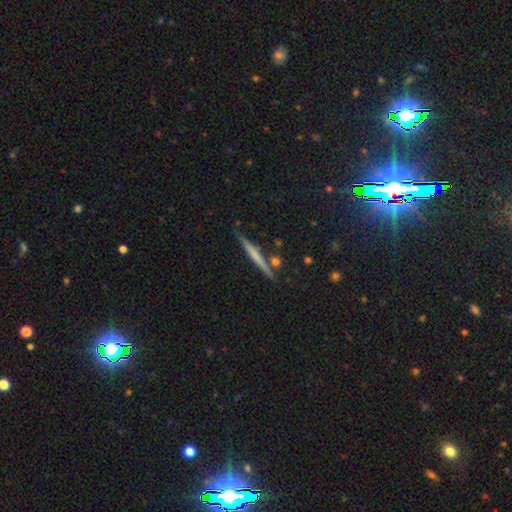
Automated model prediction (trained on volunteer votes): Morphology: type=featured or disk (47%); merging=none (86%).